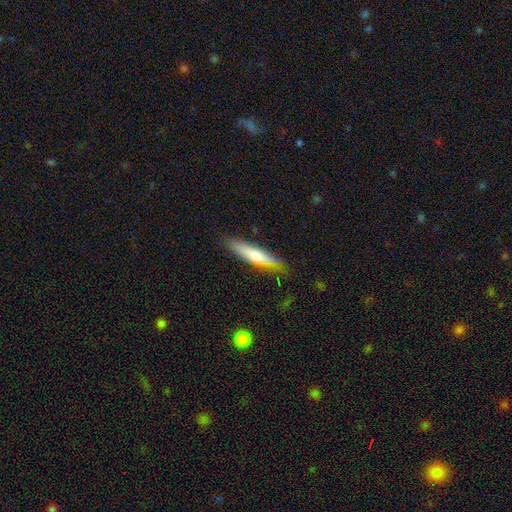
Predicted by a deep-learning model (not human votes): This is possibly a smooth galaxy (58%). How rounded: clearly cigar-shaped (85%). Merging: likely none (77%).